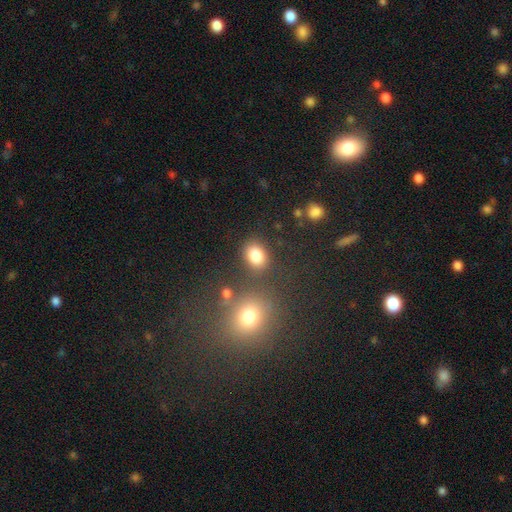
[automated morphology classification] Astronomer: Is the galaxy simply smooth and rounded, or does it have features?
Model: smooth — 84%.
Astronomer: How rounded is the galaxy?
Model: in between — 61% (runner-up: round, 38%).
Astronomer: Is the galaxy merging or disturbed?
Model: none — 74%.